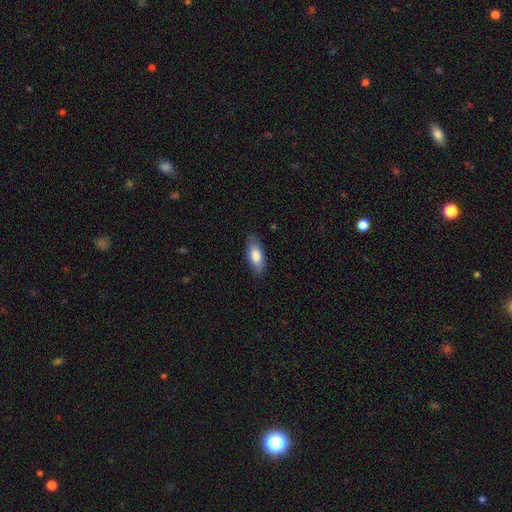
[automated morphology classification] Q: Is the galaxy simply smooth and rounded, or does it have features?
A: smooth — 80%.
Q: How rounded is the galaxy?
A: in between — 80%.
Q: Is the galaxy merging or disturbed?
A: none — 84%.